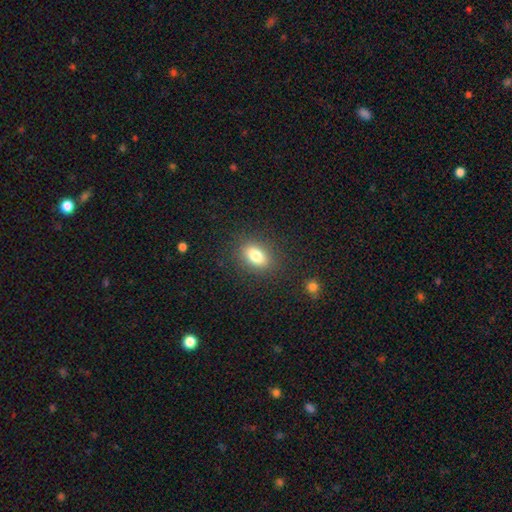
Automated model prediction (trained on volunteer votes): Smooth or featured: smooth — 81% (star or artifact — 10%)
How rounded: in between — 82% (round — 16%)
Merging: none — 86% (minor disturbance — 9%)